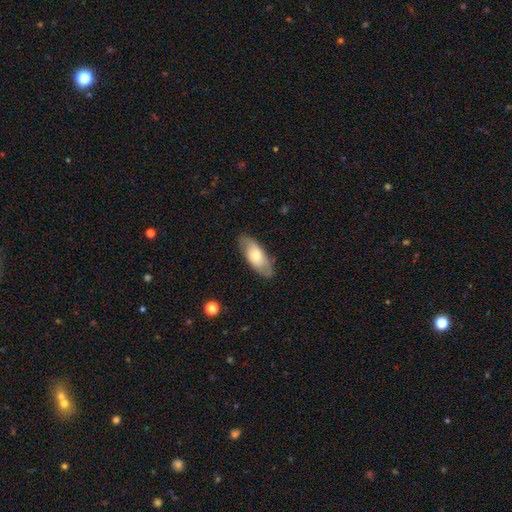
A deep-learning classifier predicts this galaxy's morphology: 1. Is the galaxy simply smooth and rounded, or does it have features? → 52% smooth, 42% featured or disk, 6% star or artifact.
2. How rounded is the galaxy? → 82% in between, 15% cigar-shaped, 3% round.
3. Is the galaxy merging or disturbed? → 78% none, 16% minor disturbance, 4% major disturbance, 1% merger.